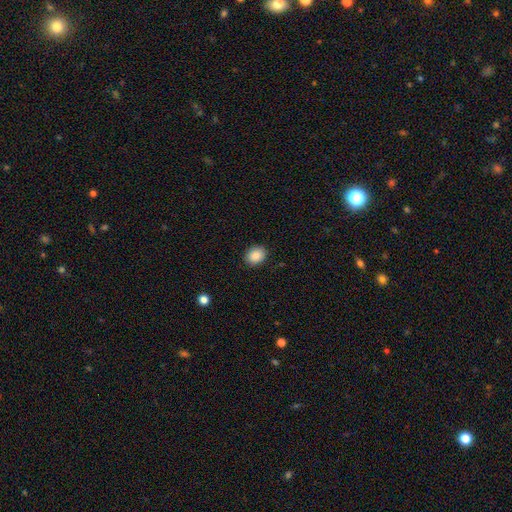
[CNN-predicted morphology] Overall: smooth (89%). How rounded: in between (51%; round 48%). Merging: none (89%).